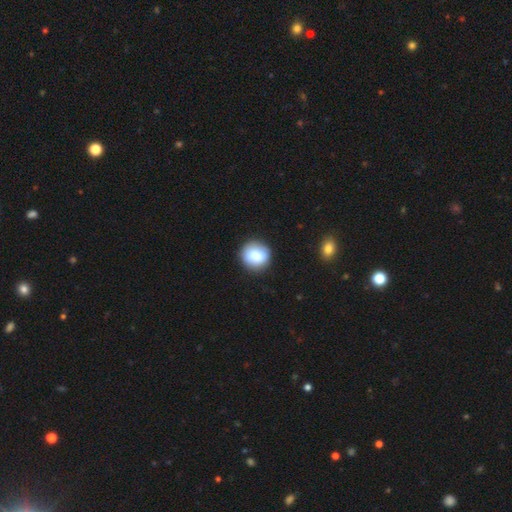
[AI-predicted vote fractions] Smooth or featured: smooth — 81% (featured or disk — 11%)
How rounded: round — 85% (in between — 14%)
Merging: none — 85% (minor disturbance — 10%)